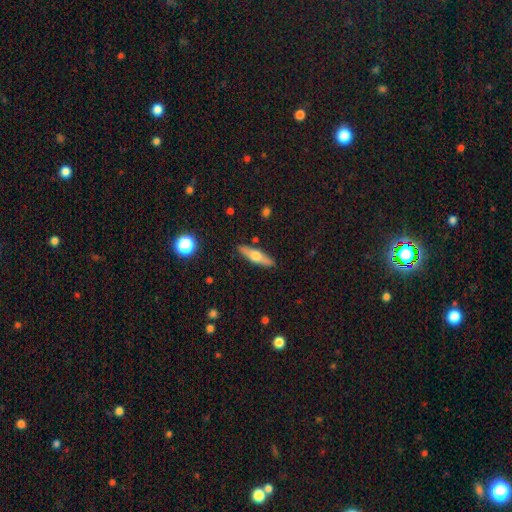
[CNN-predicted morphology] Overall: smooth (48%; featured or disk 45%). Merging: none (89%).